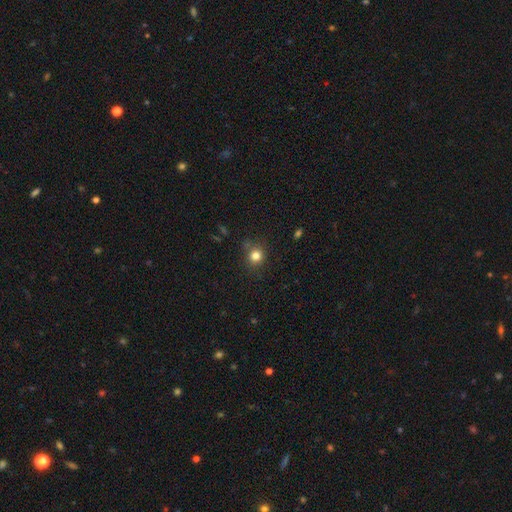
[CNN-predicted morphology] A smooth galaxy with no disk features (81%) that is round (87%). Merging: none (81%).